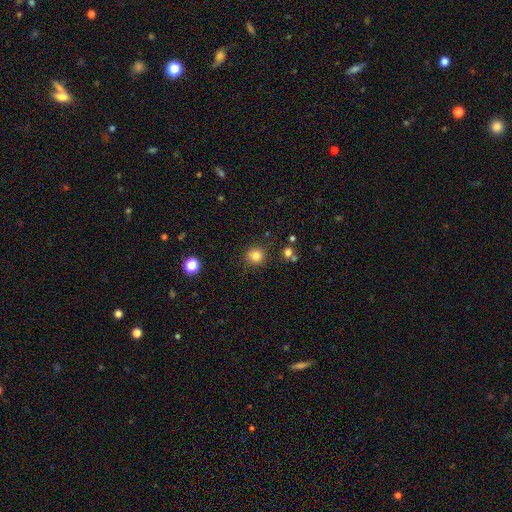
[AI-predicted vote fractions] A smooth galaxy with no disk features (82%) that is round (90%).

Vote fractions:
- Smooth or featured? smooth: 82% / star or artifact: 13% / featured or disk: 5%
- How rounded? round: 90% / in between: 9% / cigar-shaped: 1%
- Merging? none: 86% / minor disturbance: 8% / merger: 3% / major disturbance: 3%